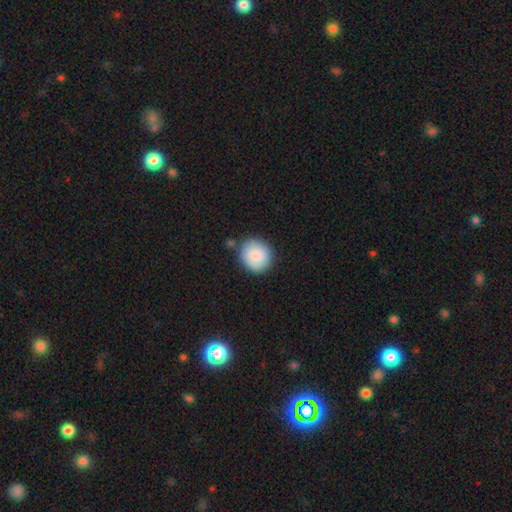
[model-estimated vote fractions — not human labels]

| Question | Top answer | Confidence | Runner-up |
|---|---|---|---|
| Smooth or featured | smooth | 87% | featured or disk (7%) |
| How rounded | round | 86% | in between (13%) |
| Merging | none | 81% | minor disturbance (11%) |